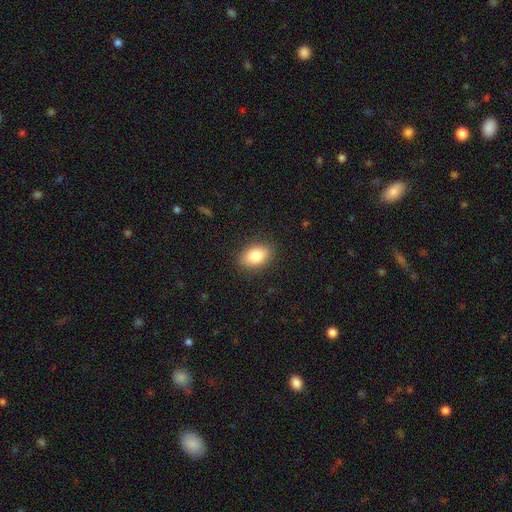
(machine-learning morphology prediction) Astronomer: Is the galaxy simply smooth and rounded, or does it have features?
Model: smooth — 83%.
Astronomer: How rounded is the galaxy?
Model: in between — 86%.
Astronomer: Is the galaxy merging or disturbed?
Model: none — 86%.